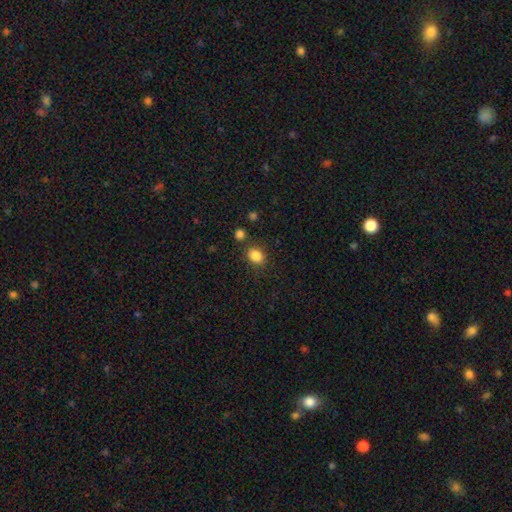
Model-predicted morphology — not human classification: Smooth or featured? Predicted: smooth (p=0.85). How rounded? Predicted: in between (p=0.61). Merging? Predicted: none (p=0.78).